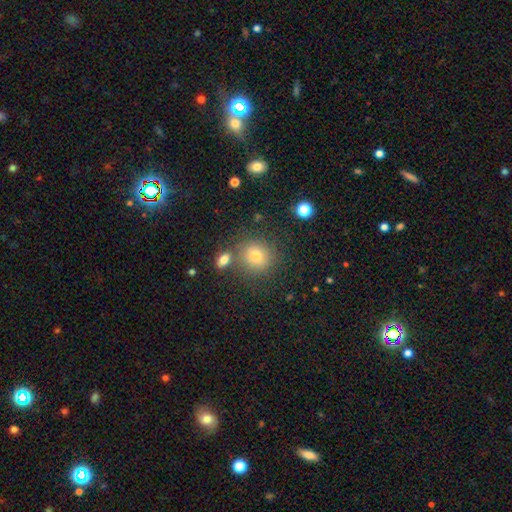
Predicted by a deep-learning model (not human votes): Smooth or featured? smooth (73%)
How rounded? round (85%)
Merging? none (75%)